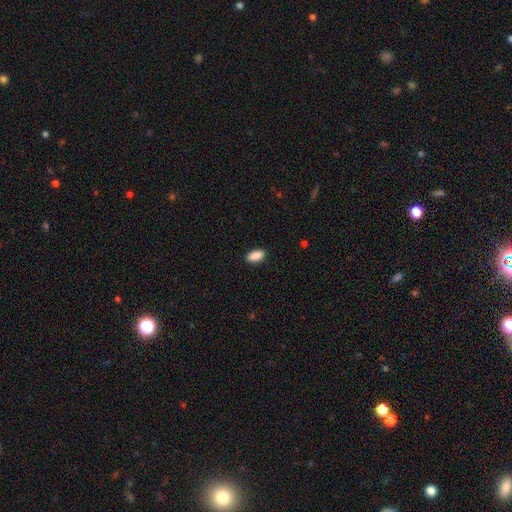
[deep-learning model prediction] Overall: smooth (90%). How rounded: in between (89%). Merging: none (89%).